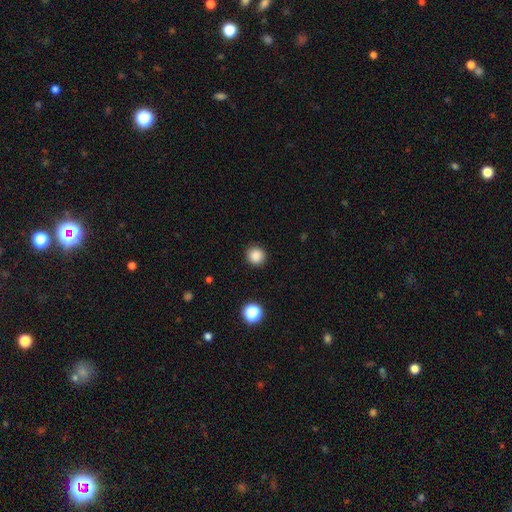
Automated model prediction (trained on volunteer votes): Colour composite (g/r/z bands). It shows a smooth galaxy with no disk features (86%) that is round (93%). Merging: none (91%).